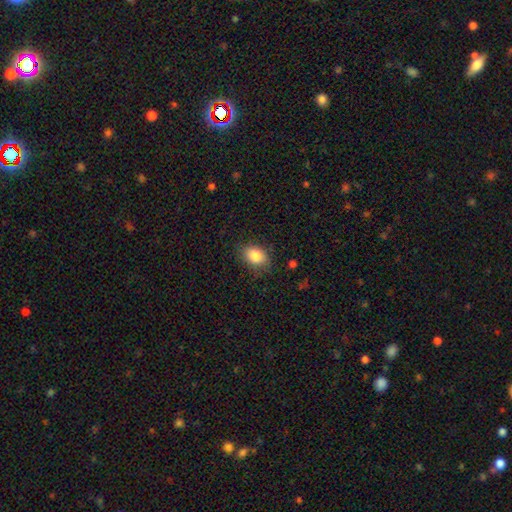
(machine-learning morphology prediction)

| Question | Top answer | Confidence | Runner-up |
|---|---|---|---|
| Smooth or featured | smooth | 83% | star or artifact (9%) |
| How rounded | in between | 76% | round (23%) |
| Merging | none | 80% | minor disturbance (15%) |